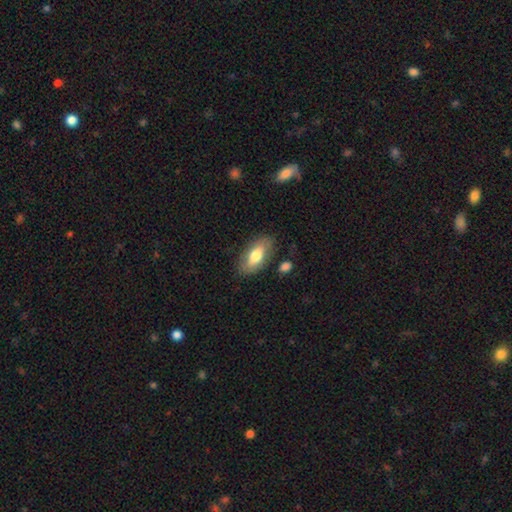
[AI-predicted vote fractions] Smooth or featured? Predicted: smooth (p=0.71). How rounded? Predicted: in between (p=0.88). Merging? Predicted: none (p=0.79).